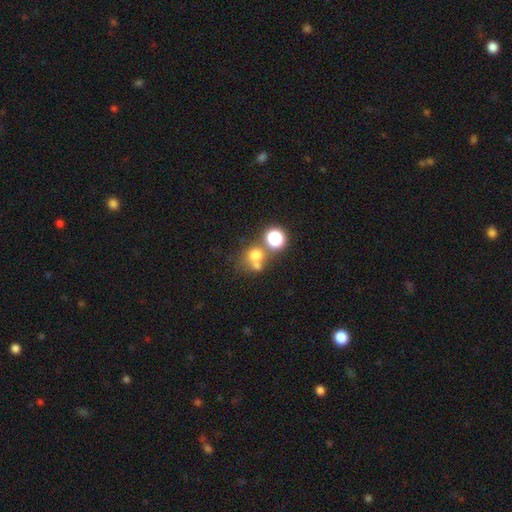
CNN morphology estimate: smooth 67%, star or artifact 19%, featured or disk 14%. Down the decision tree: how rounded — round (81%); merging — none (44%).